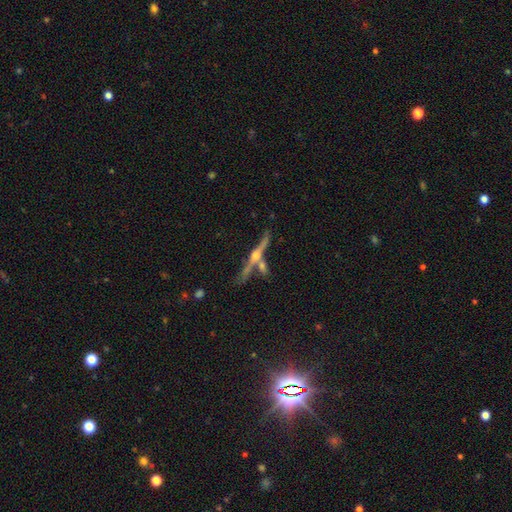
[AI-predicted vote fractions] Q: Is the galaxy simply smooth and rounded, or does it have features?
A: featured or disk — 81%.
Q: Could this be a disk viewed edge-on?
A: yes — 96%.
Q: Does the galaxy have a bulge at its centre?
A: rounded — 92%.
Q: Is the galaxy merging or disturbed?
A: none — 63%.